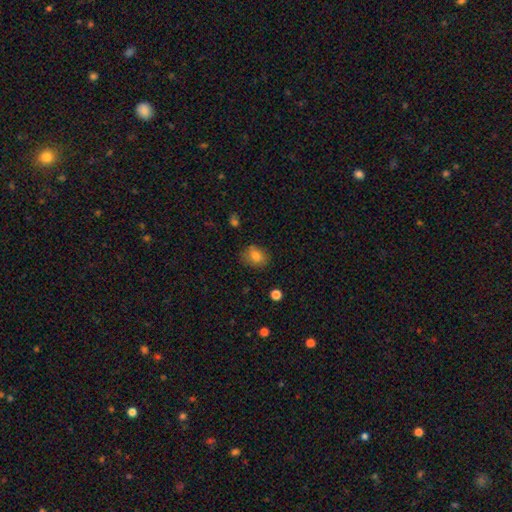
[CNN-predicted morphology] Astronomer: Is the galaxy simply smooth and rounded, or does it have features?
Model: smooth — 81%.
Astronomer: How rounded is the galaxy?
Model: in between — 56% (runner-up: round, 43%).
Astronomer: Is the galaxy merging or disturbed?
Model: none — 77%.